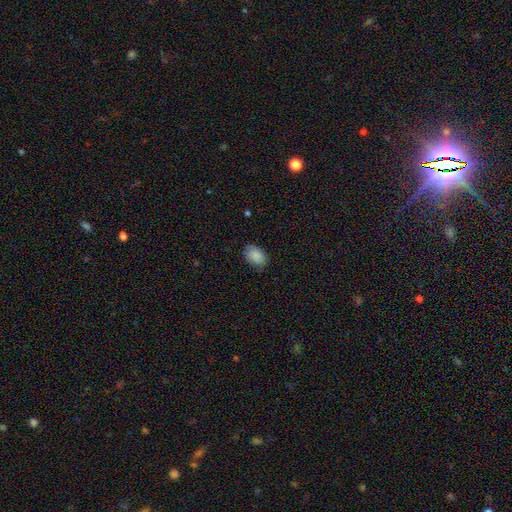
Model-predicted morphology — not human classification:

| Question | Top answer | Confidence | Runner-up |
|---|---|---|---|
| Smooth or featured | smooth | 87% | star or artifact (7%) |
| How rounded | in between | 87% | round (12%) |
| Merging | none | 80% | minor disturbance (16%) |